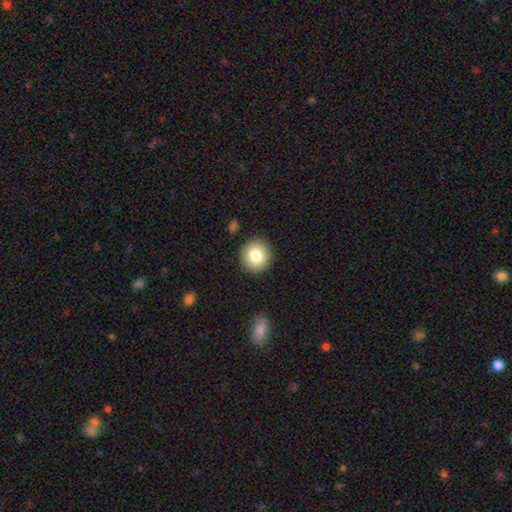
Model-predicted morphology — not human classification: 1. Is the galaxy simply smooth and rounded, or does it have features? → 81% smooth, 10% featured or disk, 9% star or artifact.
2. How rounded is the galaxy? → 91% round, 8% in between, 1% cigar-shaped.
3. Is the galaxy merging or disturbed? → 90% none, 6% minor disturbance, 2% major disturbance, 1% merger.